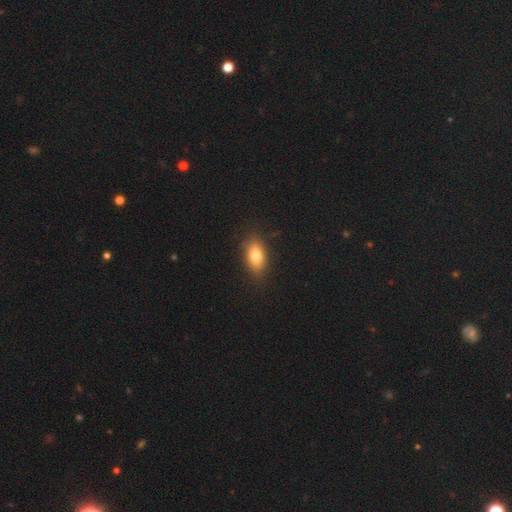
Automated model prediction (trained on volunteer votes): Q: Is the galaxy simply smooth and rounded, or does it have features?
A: smooth — 78%.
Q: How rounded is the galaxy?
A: in between — 86%.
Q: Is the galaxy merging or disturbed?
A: none — 86%.